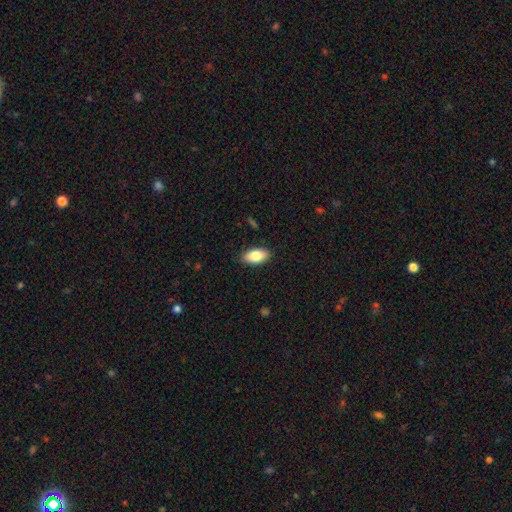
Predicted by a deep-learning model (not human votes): Overall: smooth (84%). How rounded: in between (93%). Merging: none (88%).